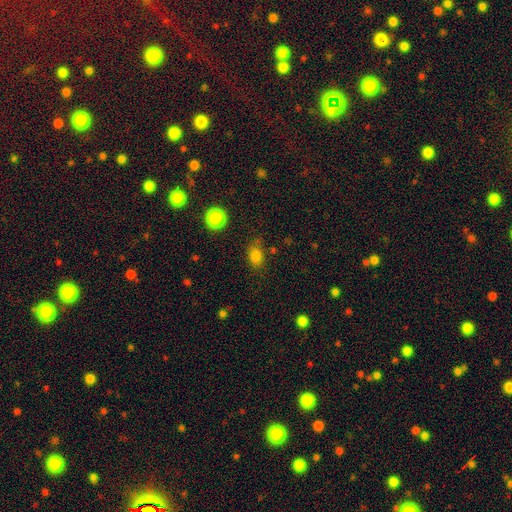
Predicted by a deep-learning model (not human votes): smooth 81%, star or artifact 13%, featured or disk 6%. Down the decision tree: how rounded — in between (68%); merging — none (74%).